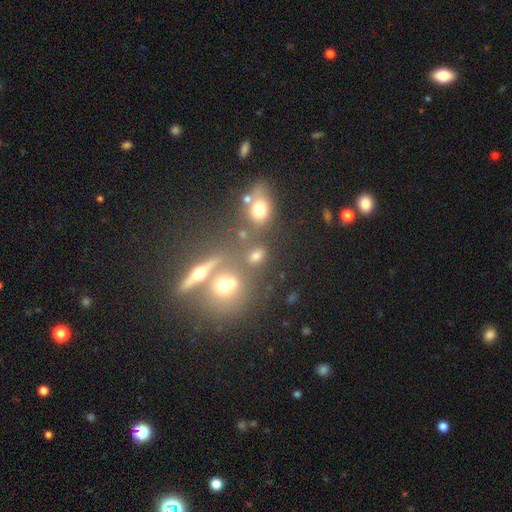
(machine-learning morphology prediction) A smooth galaxy with no disk features (62%) that is in between round and cigar-shaped (51%).

Vote fractions:
- Smooth or featured? smooth: 62% / star or artifact: 20% / featured or disk: 18%
- How rounded? in between: 51% / round: 44% / cigar-shaped: 5%
- Merging? none: 61% / merger: 22% / minor disturbance: 11% / major disturbance: 6%